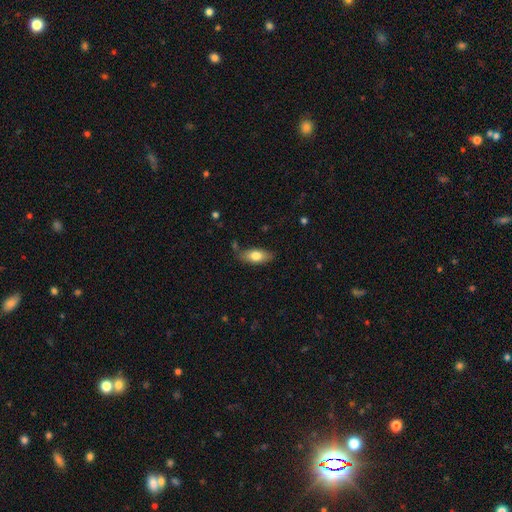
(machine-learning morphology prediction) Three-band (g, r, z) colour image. It shows a smooth galaxy with no disk features (76%) that is in between round and cigar-shaped (85%). Merging: none (75%).